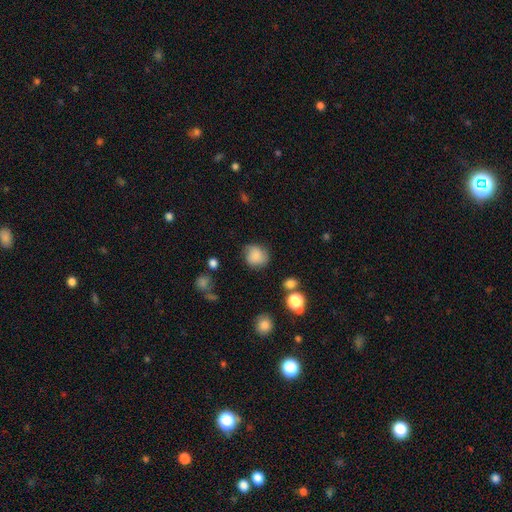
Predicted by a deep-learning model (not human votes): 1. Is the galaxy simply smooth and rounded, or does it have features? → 80% smooth, 10% featured or disk, 10% star or artifact.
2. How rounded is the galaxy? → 77% round, 22% in between, 1% cigar-shaped.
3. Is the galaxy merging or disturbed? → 73% none, 19% minor disturbance, 6% major disturbance, 2% merger.